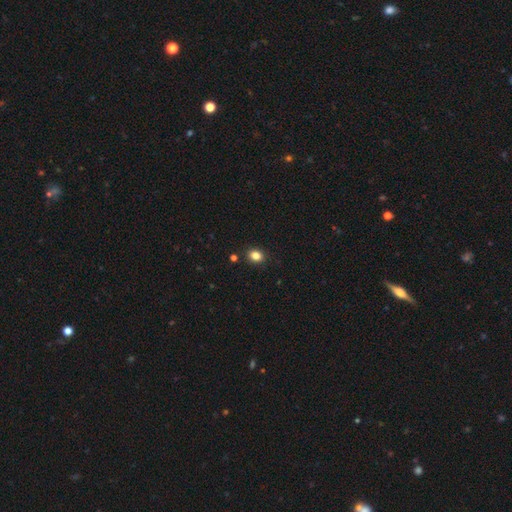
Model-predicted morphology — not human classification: smooth 83%, star or artifact 12%, featured or disk 5%. Down the decision tree: how rounded — round (51%); merging — none (88%).